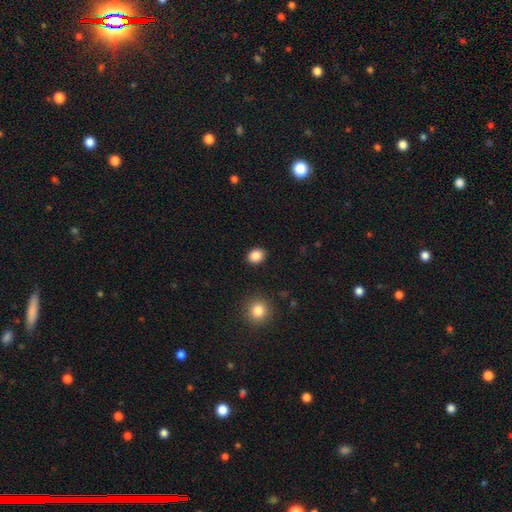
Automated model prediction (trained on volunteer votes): Overall: smooth (86%). How rounded: round (52%; in between 47%). Merging: none (89%).